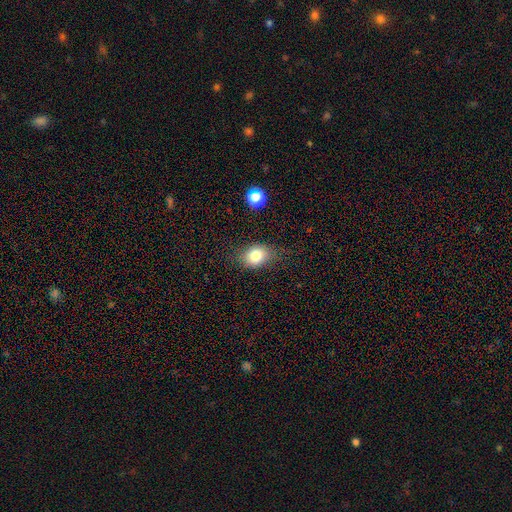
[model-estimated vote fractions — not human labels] Morphology: type=smooth (78%); roundness=in between (59%); merging=none (71%).